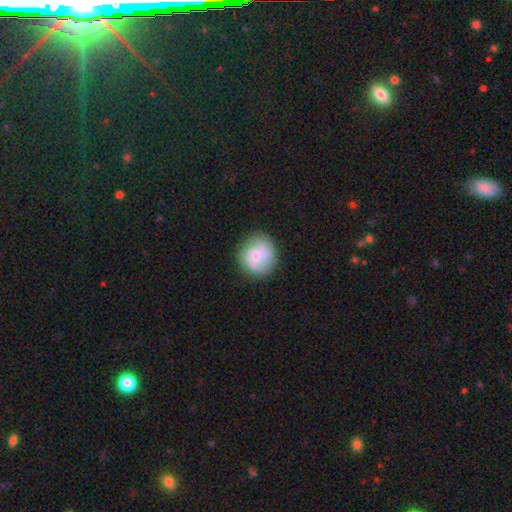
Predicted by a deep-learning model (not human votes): Smooth or featured?
  - smooth: 48% *
  - featured or disk: 44%
  - star or artifact: 8%
Merging?
  - none: 76% *
  - minor disturbance: 17%
  - major disturbance: 6%
  - merger: 2%